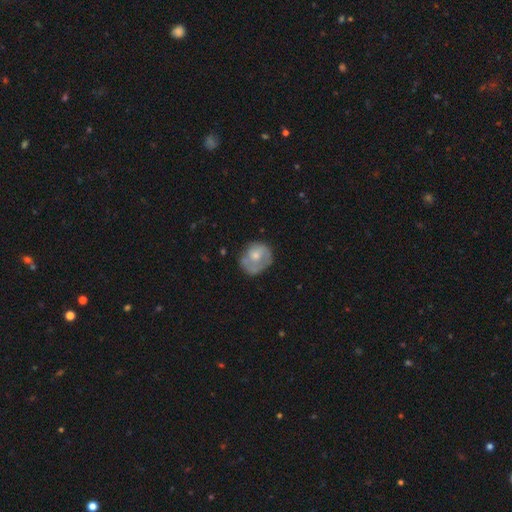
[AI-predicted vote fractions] This is possibly a smooth galaxy (52%). How rounded: likely round (69%). Merging: possibly none (48%).